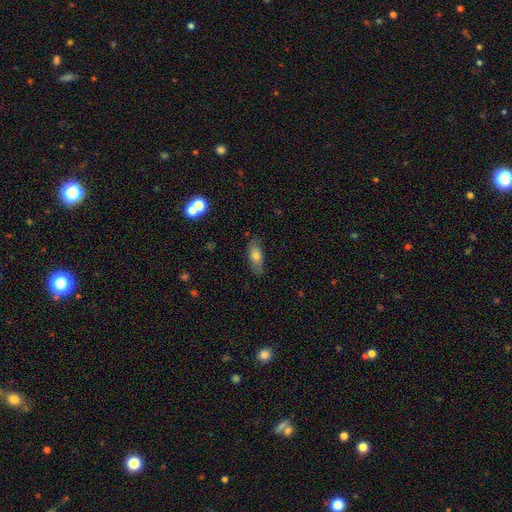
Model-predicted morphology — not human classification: smooth 72%, featured or disk 20%, star or artifact 8%. Down the decision tree: how rounded — in between (76%); merging — none (78%).